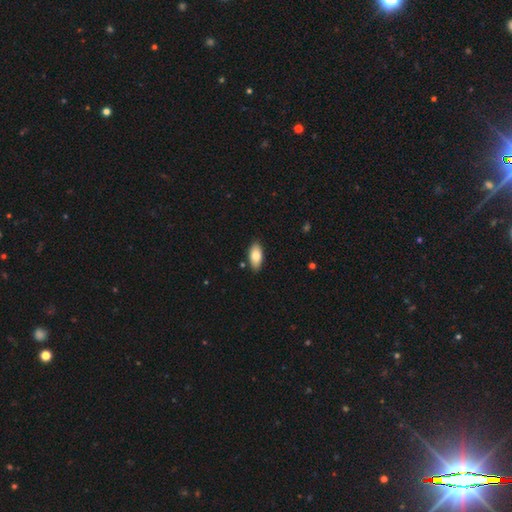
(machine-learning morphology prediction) smooth_or_featured: smooth (p=0.82) [alt: featured or disk p=0.12]
how_rounded: in between (p=0.92) [alt: cigar-shaped p=0.06]
merging: none (p=0.86) [alt: minor disturbance p=0.11]